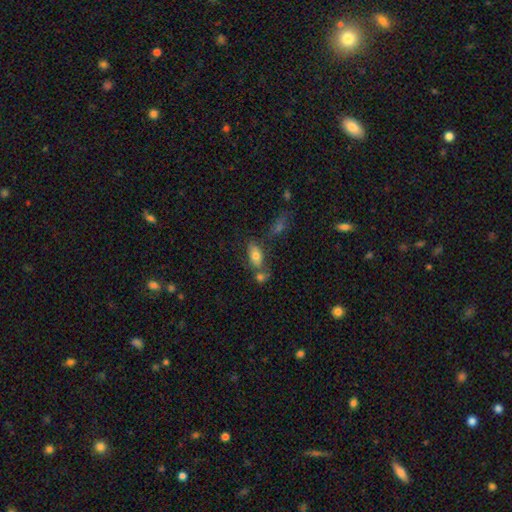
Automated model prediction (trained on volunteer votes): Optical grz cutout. It shows a smooth galaxy with no disk features (74%) that is in between round and cigar-shaped (87%). Merging: none (50%).